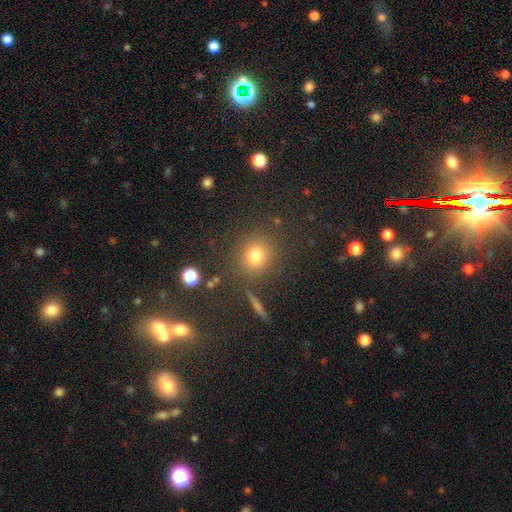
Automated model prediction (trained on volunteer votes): Smooth or featured?
  - smooth: 72% *
  - star or artifact: 19%
  - featured or disk: 9%
How rounded?
  - round: 85% *
  - in between: 13%
  - cigar-shaped: 2%
Merging?
  - none: 83% *
  - minor disturbance: 9%
  - merger: 4%
  - major disturbance: 4%